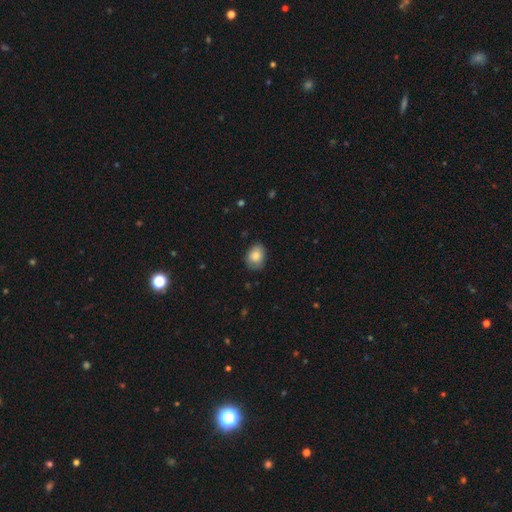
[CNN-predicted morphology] A smooth galaxy with no disk features (83%) that is in between round and cigar-shaped (62%).

Vote fractions:
- Smooth or featured? smooth: 83% / featured or disk: 9% / star or artifact: 8%
- How rounded? in between: 62% / round: 37% / cigar-shaped: 1%
- Merging? none: 76% / minor disturbance: 20% / major disturbance: 3% / merger: 1%